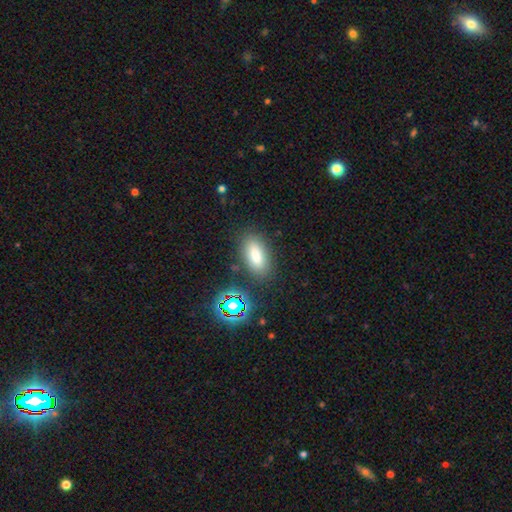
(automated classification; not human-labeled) Morphology: type=smooth (77%); roundness=in between (84%); merging=none (83%).